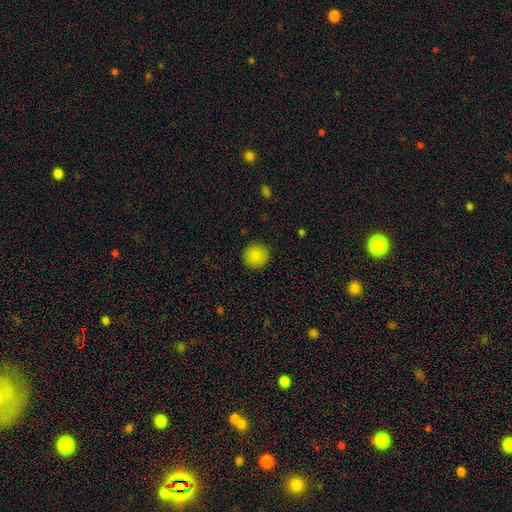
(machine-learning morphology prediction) This is clearly a smooth galaxy (87%). How rounded: clearly round (95%). Merging: clearly none (91%).